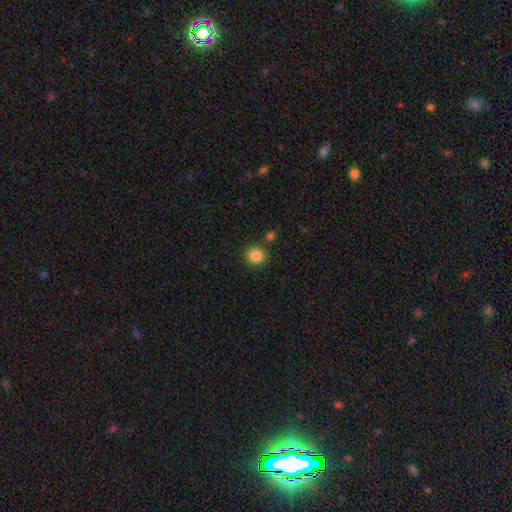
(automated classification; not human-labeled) smooth_or_featured: smooth (p=0.86) [alt: star or artifact p=0.10]
how_rounded: round (p=0.92) [alt: in between p=0.07]
merging: none (p=0.83) [alt: minor disturbance p=0.08]